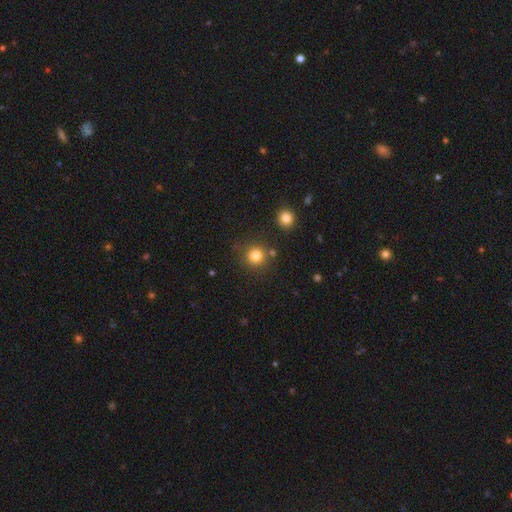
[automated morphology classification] The model was most divided on "smooth or featured": smooth: 81%, star or artifact: 13%, featured or disk: 6%. More confident: how rounded — round (93%); merging — none (81%).